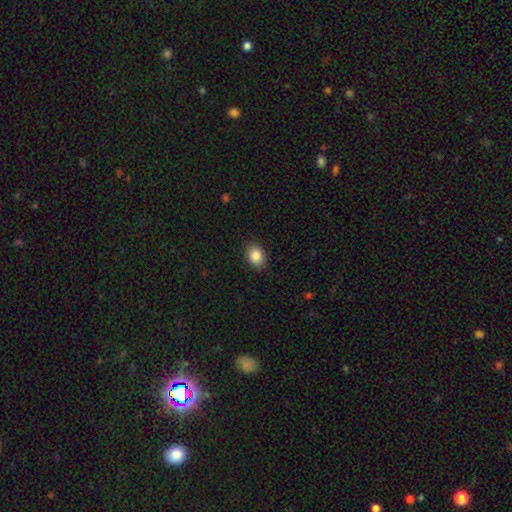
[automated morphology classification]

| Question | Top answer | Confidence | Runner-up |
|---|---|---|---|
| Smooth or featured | smooth | 87% | star or artifact (8%) |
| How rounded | in between | 74% | round (25%) |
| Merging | none | 88% | minor disturbance (9%) |